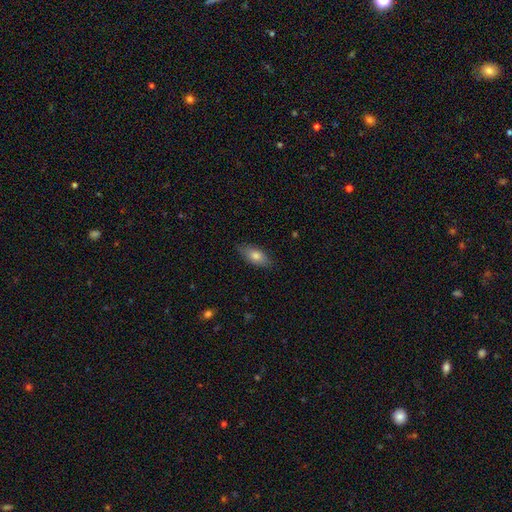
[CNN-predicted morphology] type=smooth (76%); roundness=in between (85%); merging=none (83%).